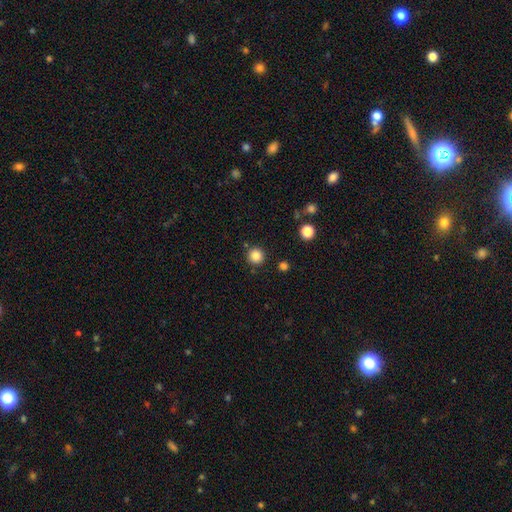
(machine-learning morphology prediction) This appears to be a smooth galaxy with no disk features (85%) that is round (95%). Merging: none (88%).